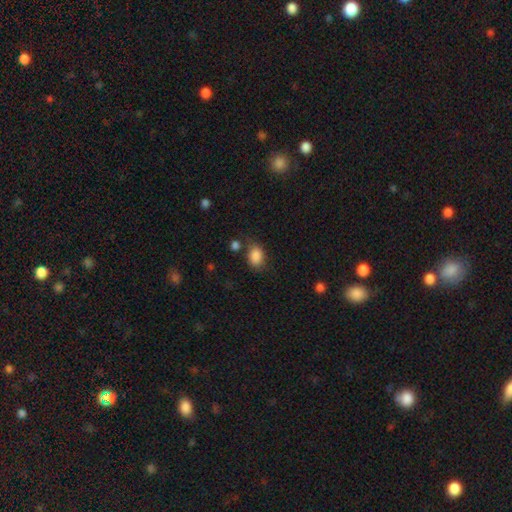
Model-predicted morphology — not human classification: Smooth or featured? Predicted: smooth (p=0.86). How rounded? Predicted: in between (p=0.73). Merging? Predicted: none (p=0.66).